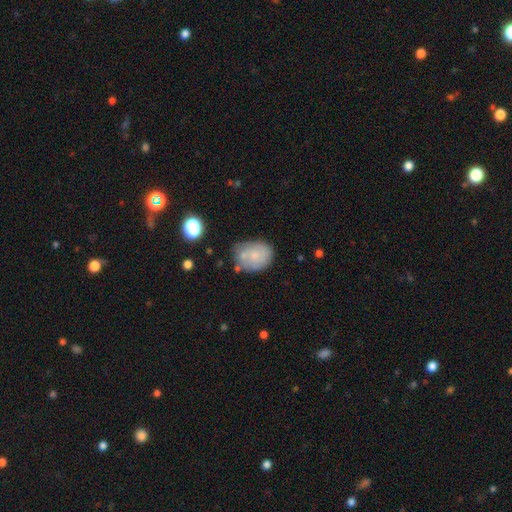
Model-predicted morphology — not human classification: smooth-or-featured: smooth: 65% | featured or disk: 27% | star or artifact: 9%
  how-rounded: in between: 53% | round: 46% | cigar-shaped: 1%
  merging: none: 51% | minor disturbance: 26% | merger: 13% | major disturbance: 9%